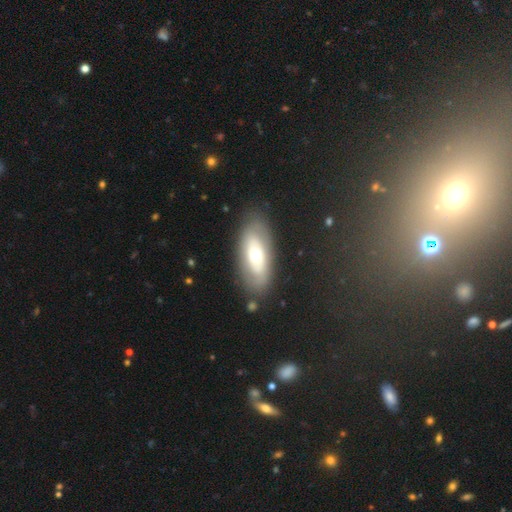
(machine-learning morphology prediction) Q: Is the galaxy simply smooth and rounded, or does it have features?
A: featured or disk — 50%.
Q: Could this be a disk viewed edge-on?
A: no — 84%.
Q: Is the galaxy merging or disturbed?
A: none — 81%.